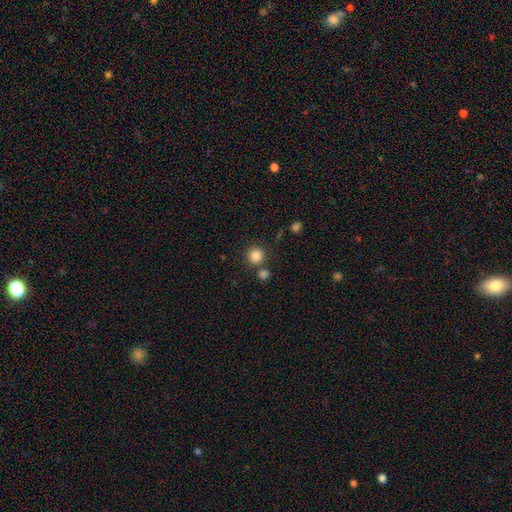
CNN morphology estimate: type=smooth (85%); roundness=round (92%); merging=none (77%).